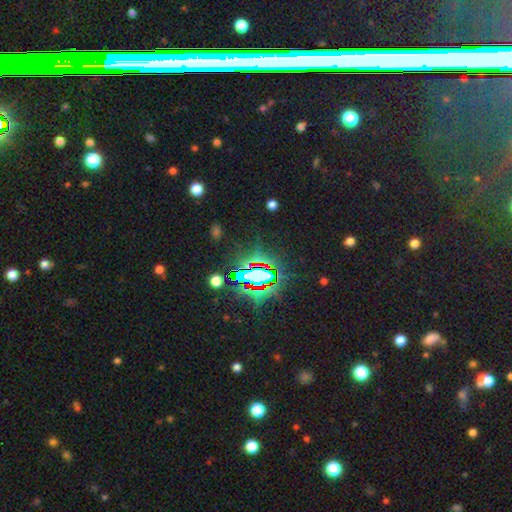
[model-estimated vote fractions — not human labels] Morphology: type=star or artifact (79%).